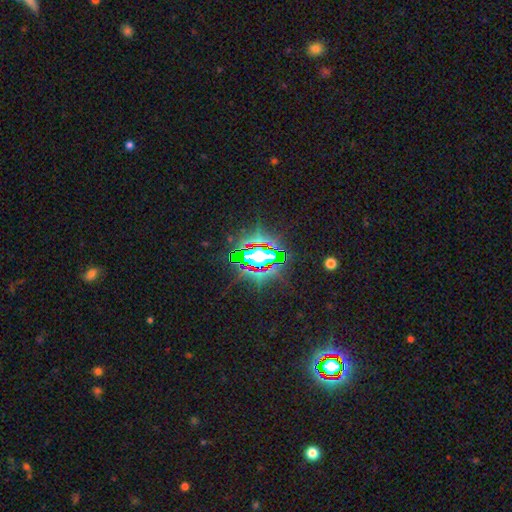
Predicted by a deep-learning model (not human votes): Morphology: type=star or artifact (79%).